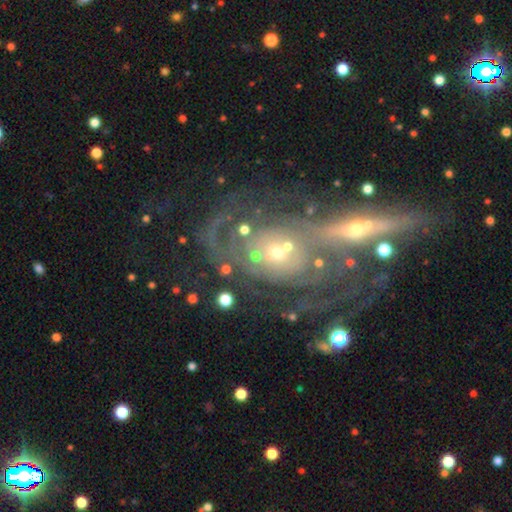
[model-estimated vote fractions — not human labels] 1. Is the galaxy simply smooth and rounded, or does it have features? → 70% featured or disk, 17% smooth, 13% star or artifact.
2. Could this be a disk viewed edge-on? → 96% no, 4% yes.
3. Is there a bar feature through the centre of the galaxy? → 78% no, 16% weak, 6% strong.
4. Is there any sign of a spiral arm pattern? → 79% yes, 21% no.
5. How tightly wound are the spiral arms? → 51% tight, 32% medium, 17% loose.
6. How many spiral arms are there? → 31% can't tell, 30% 2, 15% 3, 9% 1, 8% 4, 8% more than 4.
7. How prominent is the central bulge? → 63% small, 26% moderate, 5% none, 3% large, 2% dominant.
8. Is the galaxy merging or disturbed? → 53% none, 18% major disturbance, 16% minor disturbance, 14% merger.